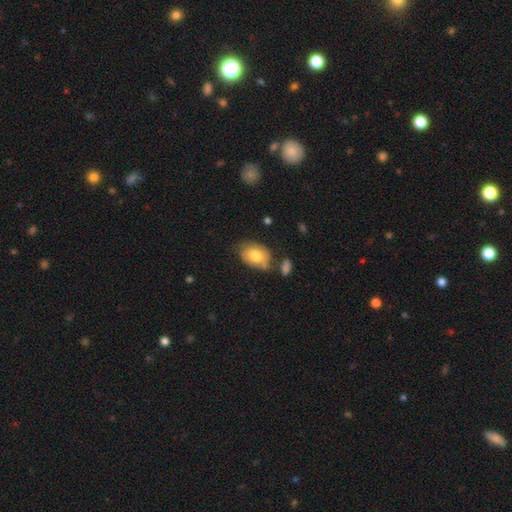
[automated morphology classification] This is likely a smooth galaxy (74%). How rounded: clearly in between (83%). Merging: possibly none (57%).